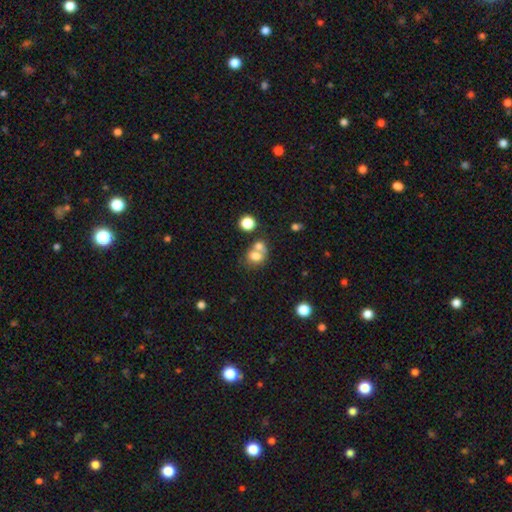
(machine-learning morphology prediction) smooth-or-featured: smooth: 69% | featured or disk: 18% | star or artifact: 13%
  how-rounded: round: 53% | in between: 46% | cigar-shaped: 1%
  merging: merger: 55% | none: 31% | minor disturbance: 9% | major disturbance: 5%